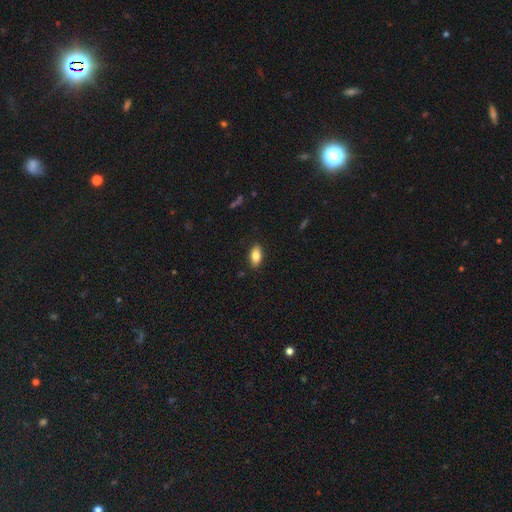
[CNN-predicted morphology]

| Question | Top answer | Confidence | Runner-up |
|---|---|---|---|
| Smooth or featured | smooth | 83% | featured or disk (9%) |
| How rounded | in between | 91% | cigar-shaped (5%) |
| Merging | none | 88% | minor disturbance (9%) |